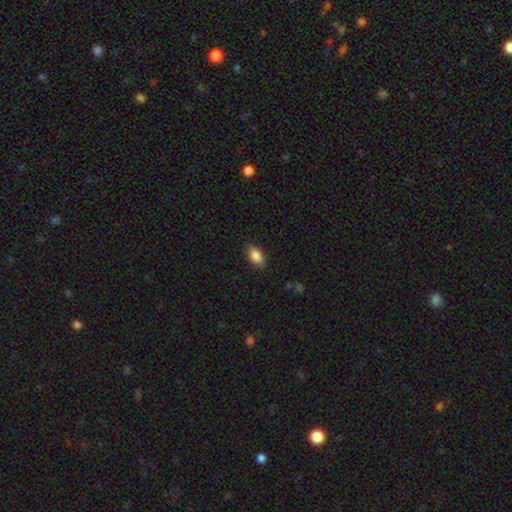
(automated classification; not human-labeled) Smooth or featured? Predicted: smooth (p=0.86). How rounded? Predicted: in between (p=0.91). Merging? Predicted: none (p=0.86).